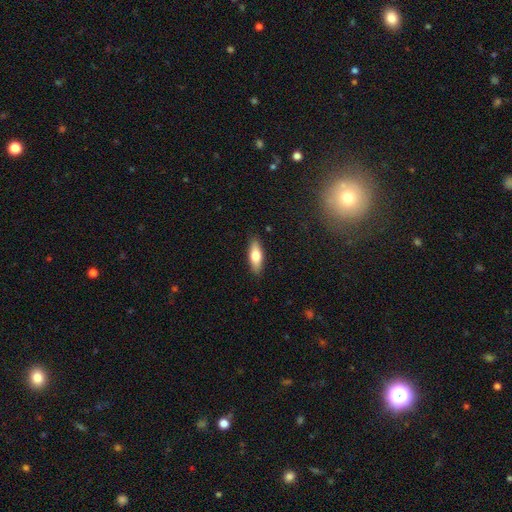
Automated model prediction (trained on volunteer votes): Smooth or featured? Predicted: smooth (p=0.72). How rounded? Predicted: in between (p=0.61). Merging? Predicted: none (p=0.87).